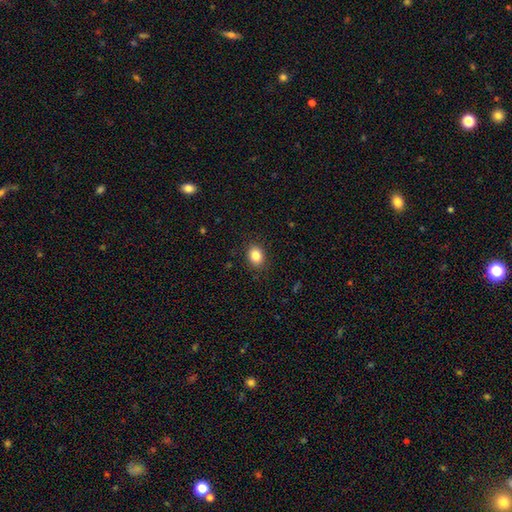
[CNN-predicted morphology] smooth 85%, star or artifact 10%, featured or disk 6%. Down the decision tree: how rounded — in between (59%); merging — none (88%).